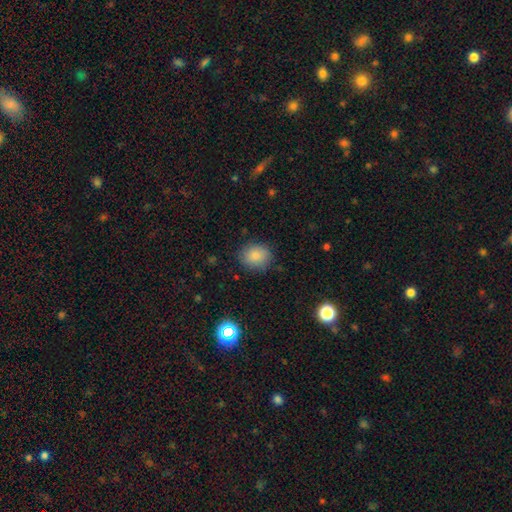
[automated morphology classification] Overall: smooth (86%). How rounded: round (64%; in between 35%). Merging: none (83%).